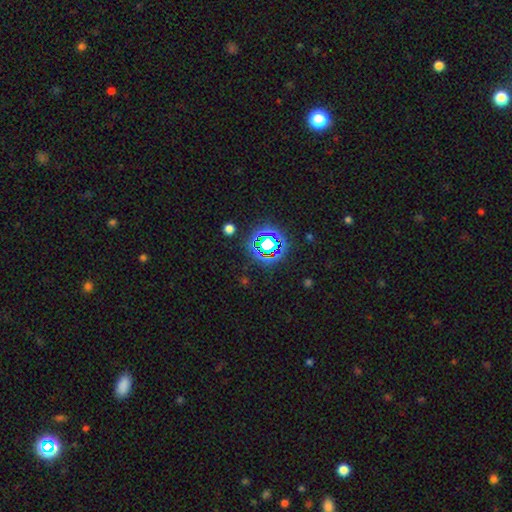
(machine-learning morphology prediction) A star or artifact, not a galaxy (72%).

Vote fractions:
- Smooth or featured? star or artifact: 72% / smooth: 19% / featured or disk: 9%